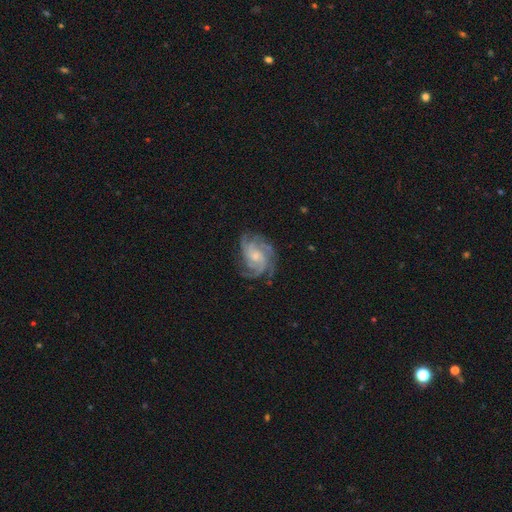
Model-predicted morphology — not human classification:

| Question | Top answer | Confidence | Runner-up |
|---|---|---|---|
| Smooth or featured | featured or disk | 88% | smooth (6%) |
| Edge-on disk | no | 98% | yes (2%) |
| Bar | no | 71% | weak (25%) |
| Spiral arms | yes | 98% | no (2%) |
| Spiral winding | tight | 52% | medium (39%) |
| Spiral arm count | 4 | 35% | 3 (23%) |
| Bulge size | small | 60% | moderate (34%) |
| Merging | none | 74% | minor disturbance (17%) |